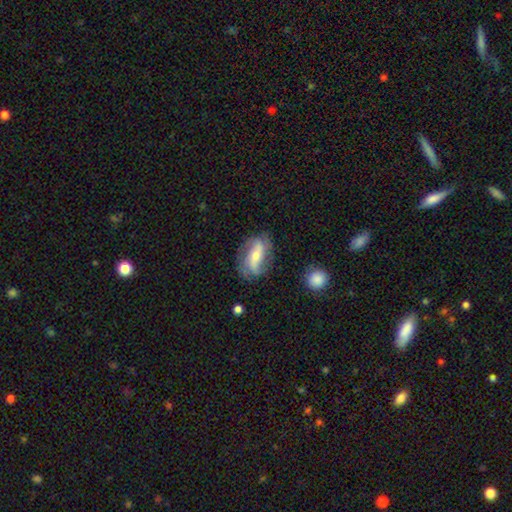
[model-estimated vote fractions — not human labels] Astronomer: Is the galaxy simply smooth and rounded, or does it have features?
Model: featured or disk — 70%.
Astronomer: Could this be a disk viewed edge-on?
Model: no — 91%.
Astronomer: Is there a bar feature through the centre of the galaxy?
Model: strong — 37% (runner-up: weak, 32%).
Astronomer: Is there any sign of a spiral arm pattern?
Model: yes — 87%.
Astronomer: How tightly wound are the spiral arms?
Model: loose — 48% (runner-up: medium, 33%).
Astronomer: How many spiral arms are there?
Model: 2 — 72%.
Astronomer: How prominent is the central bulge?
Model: moderate — 49% (runner-up: small, 45%).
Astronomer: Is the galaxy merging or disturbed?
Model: none — 71%.